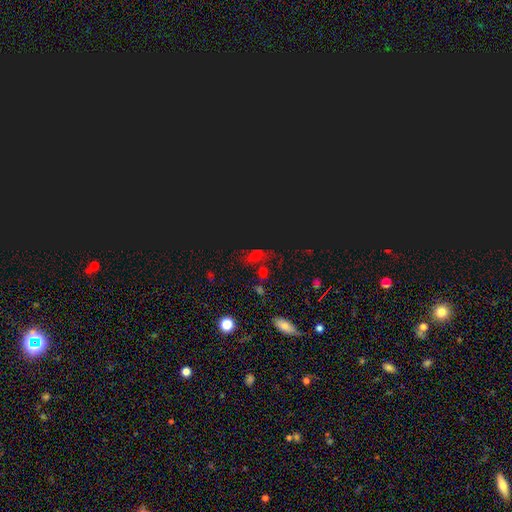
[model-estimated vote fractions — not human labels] Smooth or featured? star or artifact (52%)